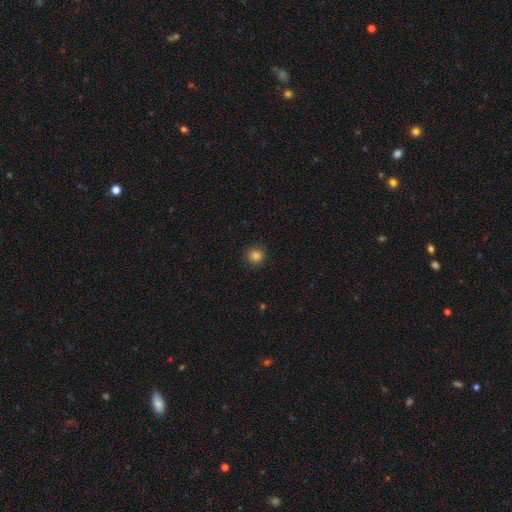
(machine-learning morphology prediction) This appears to be a smooth galaxy with no disk features (84%) that is round (93%). Merging: none (90%).